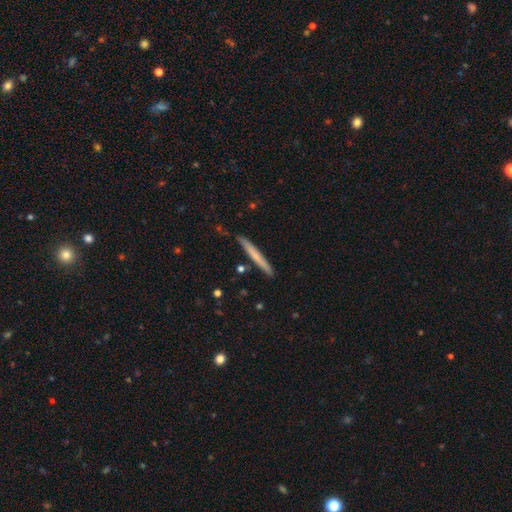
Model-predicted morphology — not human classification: smooth_or_featured: smooth (p=0.61) [alt: featured or disk p=0.34]
how_rounded: cigar-shaped (p=0.96) [alt: in between p=0.02]
merging: none (p=0.85) [alt: minor disturbance p=0.11]